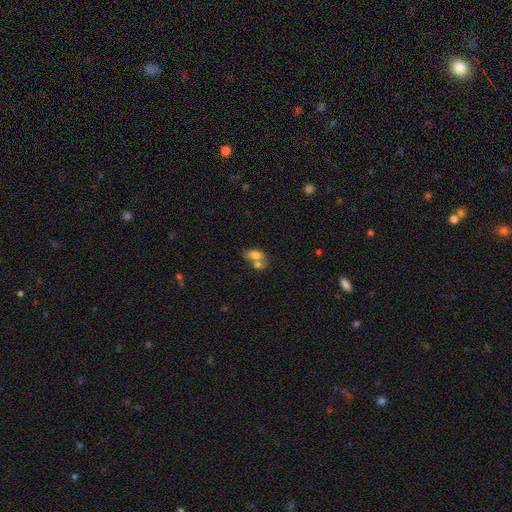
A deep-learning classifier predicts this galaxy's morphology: smooth 73%, featured or disk 18%, star or artifact 9%. Down the decision tree: how rounded — in between (79%); merging — merger (60%).